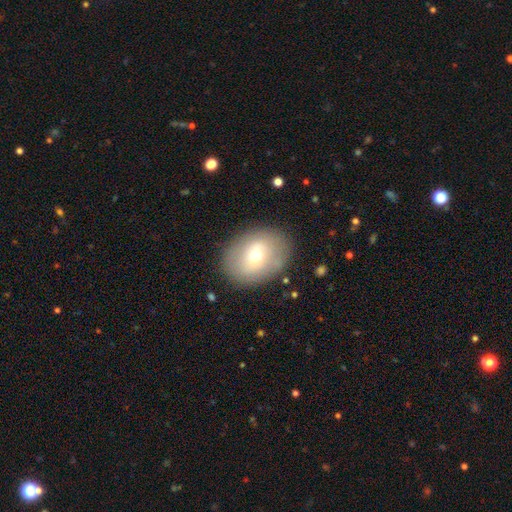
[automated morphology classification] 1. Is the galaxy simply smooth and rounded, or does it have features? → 61% smooth, 30% featured or disk, 9% star or artifact.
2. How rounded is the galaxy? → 57% in between, 41% round, 1% cigar-shaped.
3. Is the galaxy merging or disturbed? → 84% none, 10% minor disturbance, 4% major disturbance, 1% merger.